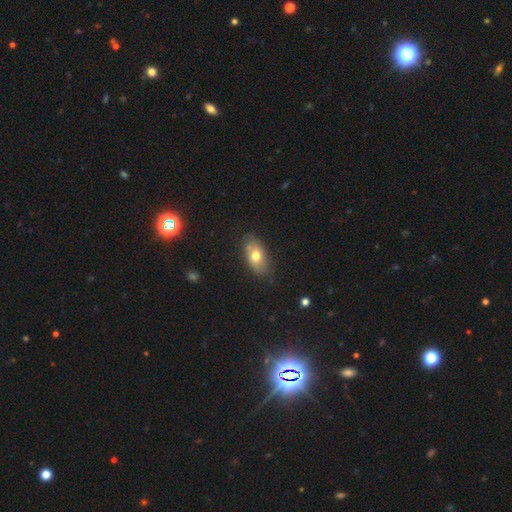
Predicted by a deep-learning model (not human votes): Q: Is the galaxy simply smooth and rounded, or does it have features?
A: smooth — 70%.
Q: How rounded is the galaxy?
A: in between — 90%.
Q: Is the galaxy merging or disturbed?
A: none — 77%.